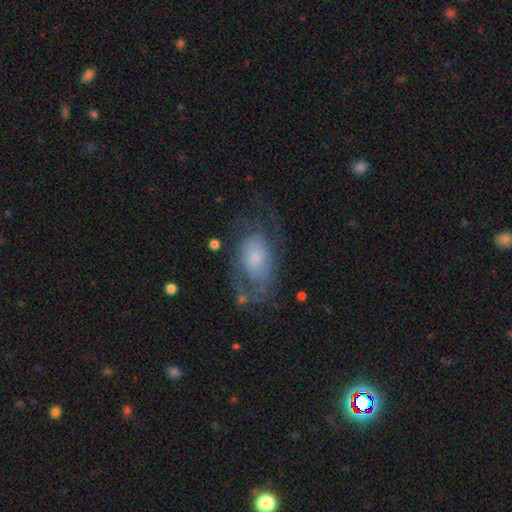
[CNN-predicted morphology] smooth_or_featured: featured or disk (p=0.61) [alt: smooth p=0.31]
disk_edge_on: no (p=0.95) [alt: yes p=0.05]
bar: no (p=0.74) [alt: weak p=0.22]
has_spiral_arms: yes (p=0.74) [alt: no p=0.26]
bulge_size: small (p=0.38) [alt: moderate p=0.34]
merging: none (p=0.52) [alt: major disturbance p=0.24]